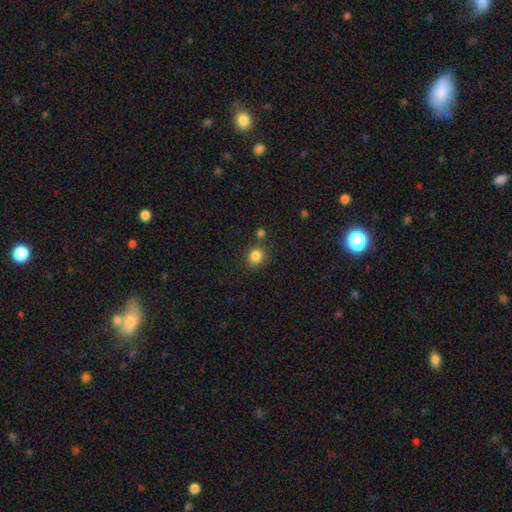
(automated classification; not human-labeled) This is clearly a smooth galaxy (84%). How rounded: likely round (76%). Merging: likely none (75%).